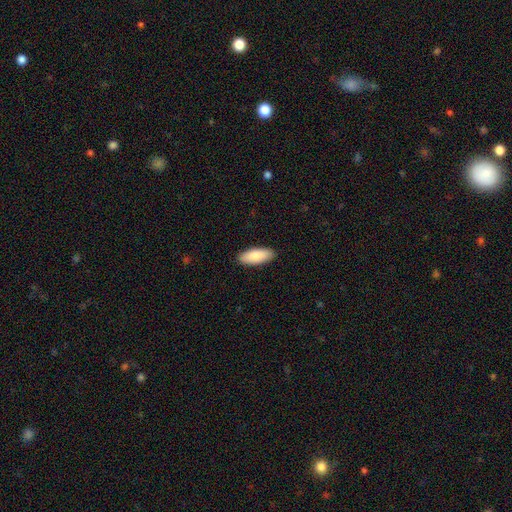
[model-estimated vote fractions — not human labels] The model was most divided on "how rounded": in between: 80%, cigar-shaped: 18%, round: 2%. More confident: merging — none (90%); smooth or featured — smooth (87%).